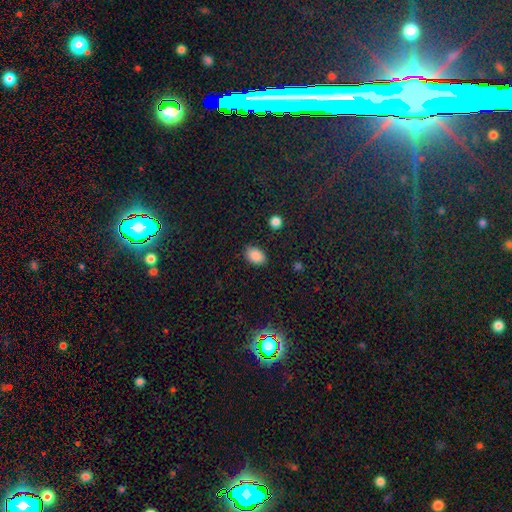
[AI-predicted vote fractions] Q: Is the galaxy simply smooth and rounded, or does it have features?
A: smooth — 87%.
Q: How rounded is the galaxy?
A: in between — 84%.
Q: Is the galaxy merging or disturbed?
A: none — 84%.